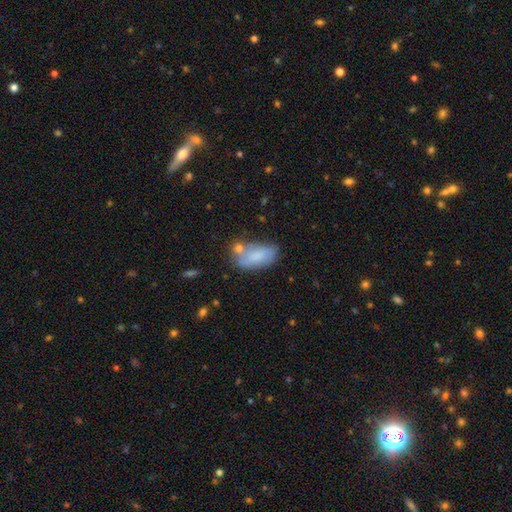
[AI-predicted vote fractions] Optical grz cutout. It shows a smooth galaxy with no disk features (72%) that is in between round and cigar-shaped (91%). Merging: none (48%).